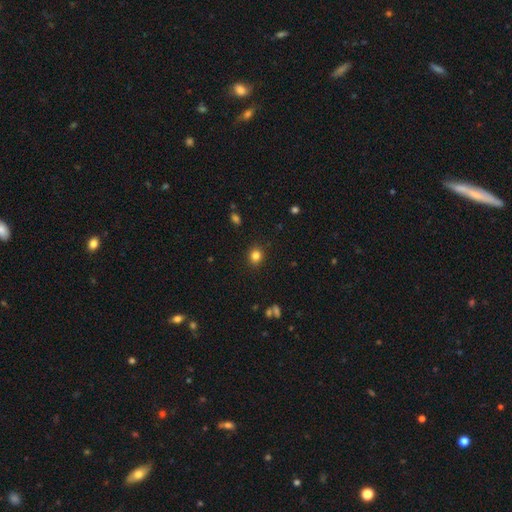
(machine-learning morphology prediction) smooth_or_featured: smooth (p=0.83) [alt: star or artifact p=0.12]
how_rounded: round (p=0.77) [alt: in between p=0.22]
merging: none (p=0.90) [alt: minor disturbance p=0.07]